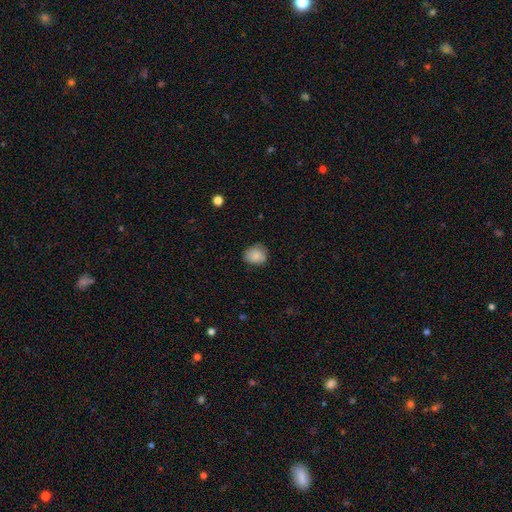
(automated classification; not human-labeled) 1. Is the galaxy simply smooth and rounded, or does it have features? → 81% smooth, 10% featured or disk, 8% star or artifact.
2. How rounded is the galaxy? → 64% round, 35% in between, 1% cigar-shaped.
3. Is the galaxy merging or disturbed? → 67% none, 26% minor disturbance, 5% major disturbance, 1% merger.